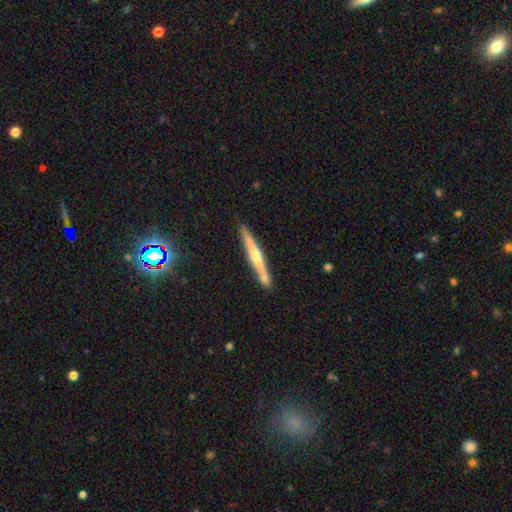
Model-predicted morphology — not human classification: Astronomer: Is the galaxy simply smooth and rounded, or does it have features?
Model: featured or disk — 65%.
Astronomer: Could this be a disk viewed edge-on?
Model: yes — 97%.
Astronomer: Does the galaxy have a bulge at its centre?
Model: rounded — 78%.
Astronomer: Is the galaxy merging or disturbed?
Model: none — 79%.